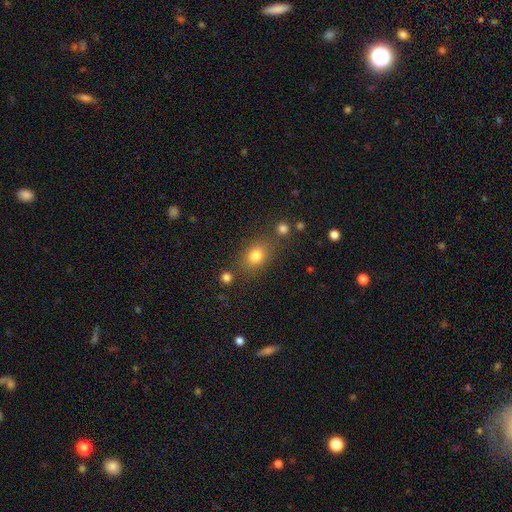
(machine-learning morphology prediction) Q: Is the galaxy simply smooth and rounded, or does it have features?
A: smooth — 79%.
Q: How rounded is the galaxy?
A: in between — 61%.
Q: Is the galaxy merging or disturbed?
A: none — 73%.